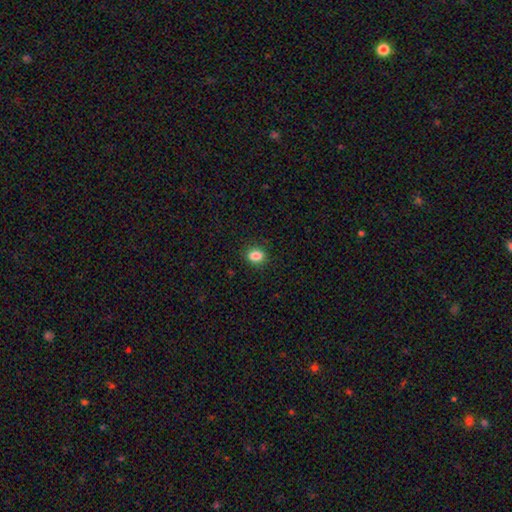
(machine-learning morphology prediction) A smooth galaxy with no disk features (85%) that is in between round and cigar-shaped (61%).

Vote fractions:
- Smooth or featured? smooth: 85% / star or artifact: 10% / featured or disk: 4%
- How rounded? in between: 61% / round: 37% / cigar-shaped: 1%
- Merging? none: 88% / minor disturbance: 9% / major disturbance: 2% / merger: 1%